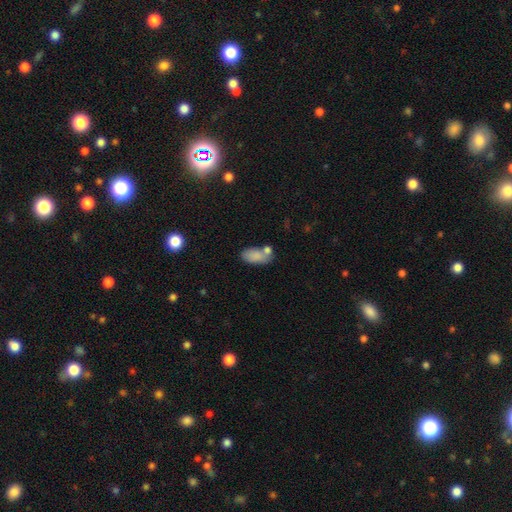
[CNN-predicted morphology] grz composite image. It shows a smooth galaxy with no disk features (82%) that is in between round and cigar-shaped (92%). Merging: none (51%).